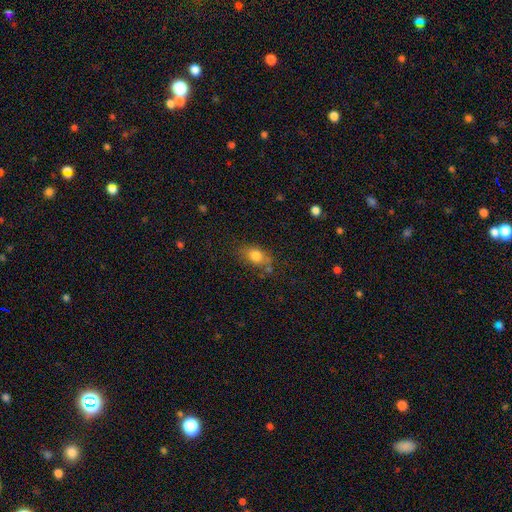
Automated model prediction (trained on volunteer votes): The model was most divided on "merging": none: 62%, minor disturbance: 24%, major disturbance: 8%, merger: 6%. More confident: smooth or featured — smooth (79%); how rounded — in between (76%).